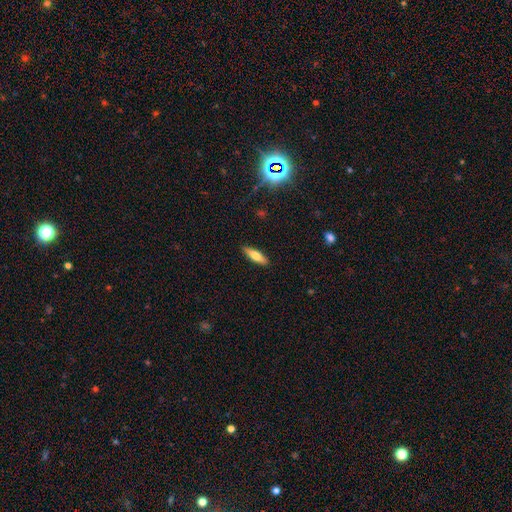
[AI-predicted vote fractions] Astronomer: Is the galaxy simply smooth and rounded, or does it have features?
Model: smooth — 67%.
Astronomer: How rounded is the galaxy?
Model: cigar-shaped — 60% (runner-up: in between, 38%).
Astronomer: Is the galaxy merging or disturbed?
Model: none — 89%.